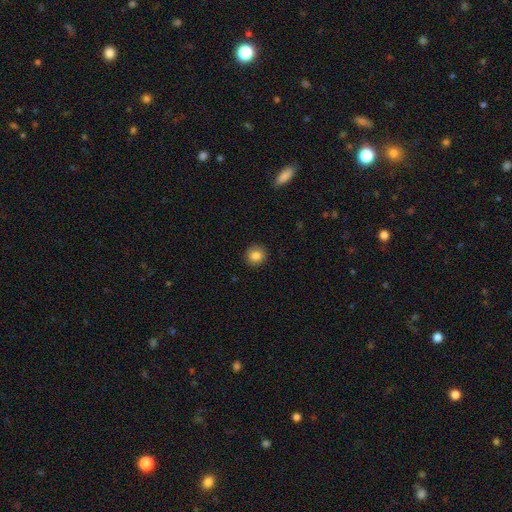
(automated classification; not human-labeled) Smooth or featured?
  - smooth: 85% *
  - star or artifact: 9%
  - featured or disk: 6%
How rounded?
  - round: 87% *
  - in between: 12%
  - cigar-shaped: 1%
Merging?
  - none: 90% *
  - minor disturbance: 7%
  - major disturbance: 2%
  - merger: 1%